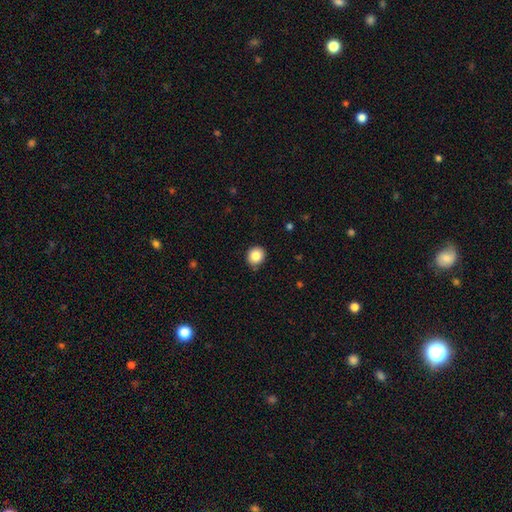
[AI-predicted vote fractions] This is clearly a smooth galaxy (85%). How rounded: clearly round (83%). Merging: clearly none (88%).